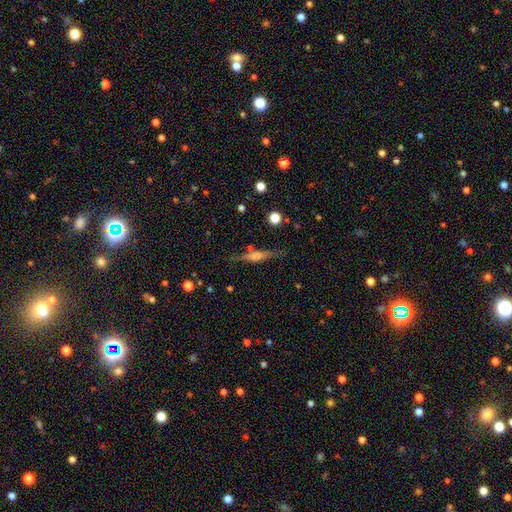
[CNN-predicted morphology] The model was most divided on "edge-on bulge": rounded: 57%, boxy: 28%, none: 15%. More confident: edge-on disk — yes (96%); merging — none (81%); smooth or featured — featured or disk (64%).